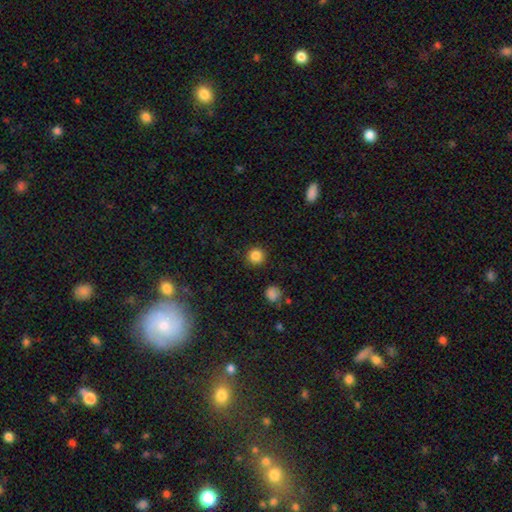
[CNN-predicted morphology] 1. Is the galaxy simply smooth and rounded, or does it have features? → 85% smooth, 11% star or artifact, 4% featured or disk.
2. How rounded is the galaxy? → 95% round, 4% in between, 1% cigar-shaped.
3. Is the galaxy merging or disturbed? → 91% none, 5% minor disturbance, 2% major disturbance, 1% merger.